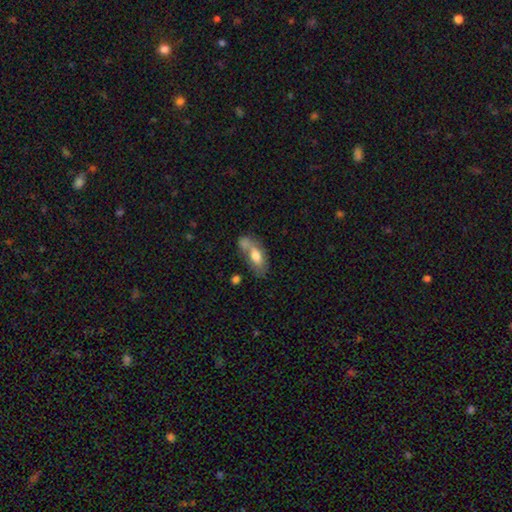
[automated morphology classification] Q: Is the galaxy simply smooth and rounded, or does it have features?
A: smooth — 68%.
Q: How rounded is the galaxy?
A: in between — 82%.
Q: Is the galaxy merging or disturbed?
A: none — 35%.